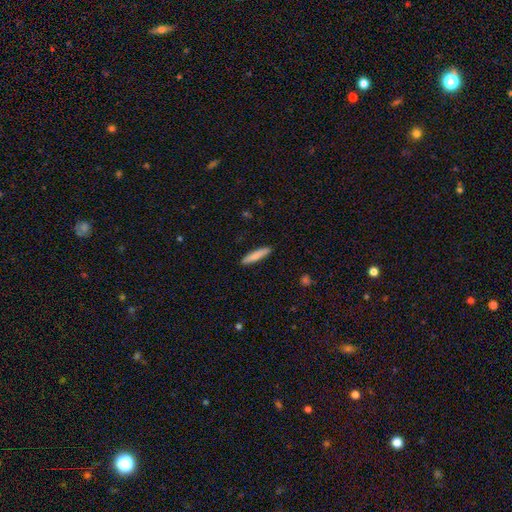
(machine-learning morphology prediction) Smooth or featured: smooth — 82% (featured or disk — 12%)
How rounded: cigar-shaped — 89% (in between — 10%)
Merging: none — 90% (minor disturbance — 7%)